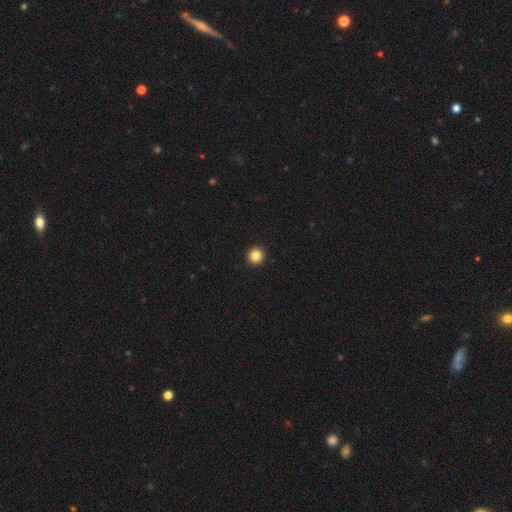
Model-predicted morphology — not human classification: Smooth or featured? smooth (84%)
How rounded? round (95%)
Merging? none (94%)